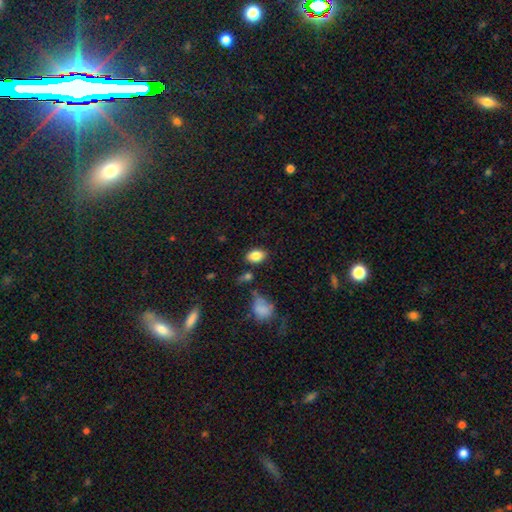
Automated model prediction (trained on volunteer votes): Morphology: type=smooth (84%); roundness=in between (83%); merging=none (80%).